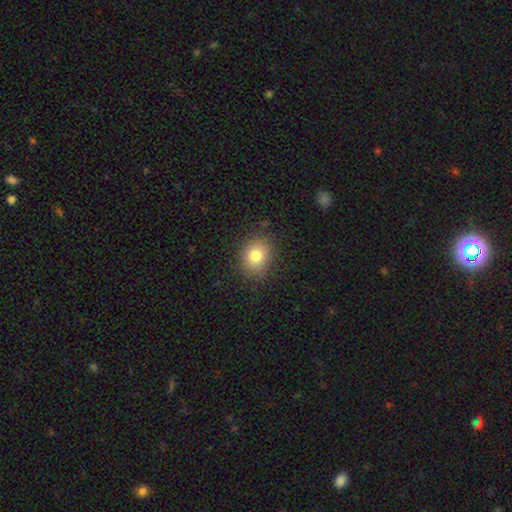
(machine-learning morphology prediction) Smooth or featured?
  - smooth: 81% *
  - star or artifact: 10%
  - featured or disk: 9%
How rounded?
  - round: 58% *
  - in between: 41%
  - cigar-shaped: 1%
Merging?
  - none: 84% *
  - minor disturbance: 11%
  - major disturbance: 4%
  - merger: 1%